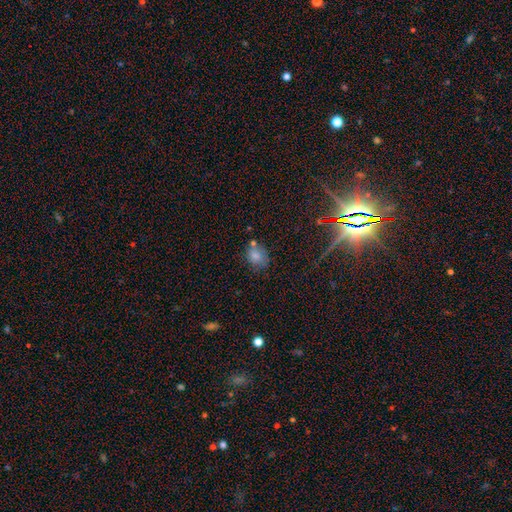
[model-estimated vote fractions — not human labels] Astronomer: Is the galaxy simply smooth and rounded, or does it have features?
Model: smooth — 75%.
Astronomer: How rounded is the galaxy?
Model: in between — 53% (runner-up: round, 46%).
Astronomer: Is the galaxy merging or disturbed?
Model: none — 56%.